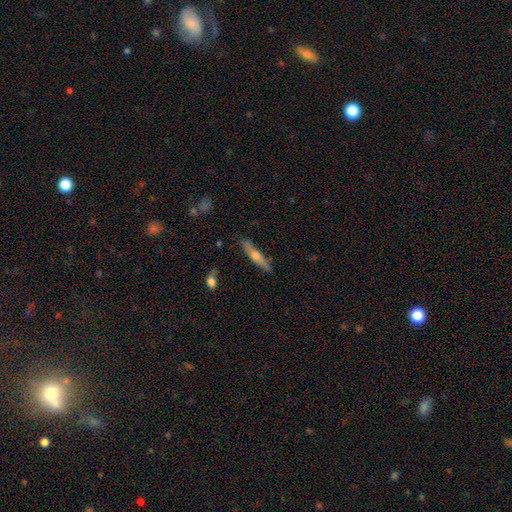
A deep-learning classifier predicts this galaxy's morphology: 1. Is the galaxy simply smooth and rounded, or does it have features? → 48% smooth, 45% featured or disk, 7% star or artifact.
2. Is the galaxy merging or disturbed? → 85% none, 11% minor disturbance, 2% major disturbance, 2% merger.